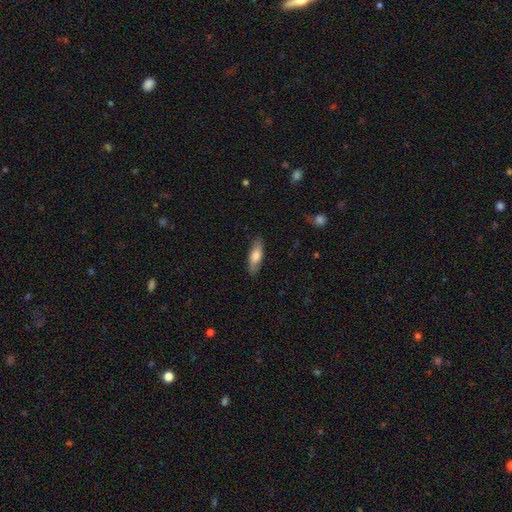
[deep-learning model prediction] This appears to be a smooth galaxy with no disk features (69%) that is cigar-shaped (50%). Merging: none (85%).